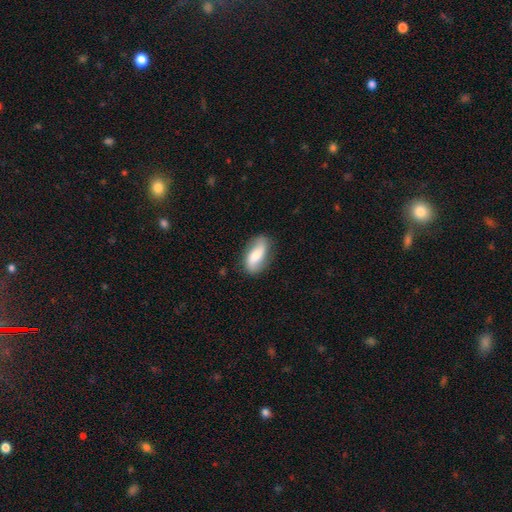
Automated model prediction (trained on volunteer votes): The model was most divided on "smooth or featured": smooth: 55%, featured or disk: 39%, star or artifact: 7%. More confident: how rounded — in between (85%); merging — none (79%).